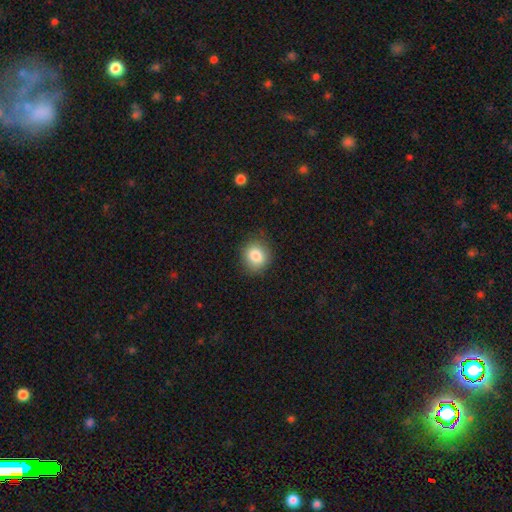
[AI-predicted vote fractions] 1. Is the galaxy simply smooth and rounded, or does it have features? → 84% smooth, 9% star or artifact, 7% featured or disk.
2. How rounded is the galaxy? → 73% round, 26% in between, 1% cigar-shaped.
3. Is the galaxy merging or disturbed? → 83% none, 12% minor disturbance, 3% major disturbance, 1% merger.